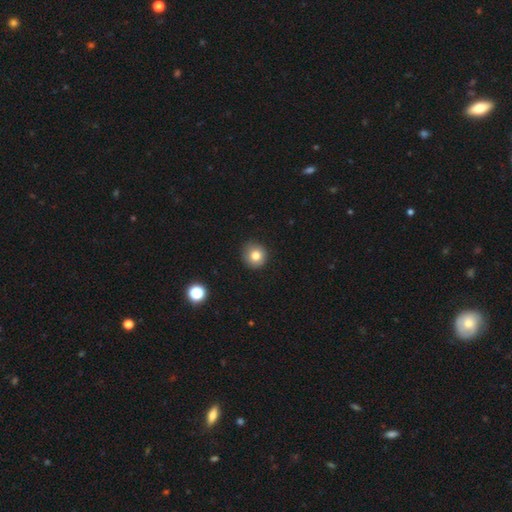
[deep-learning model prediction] Overall: smooth (79%). How rounded: round (92%). Merging: none (86%).